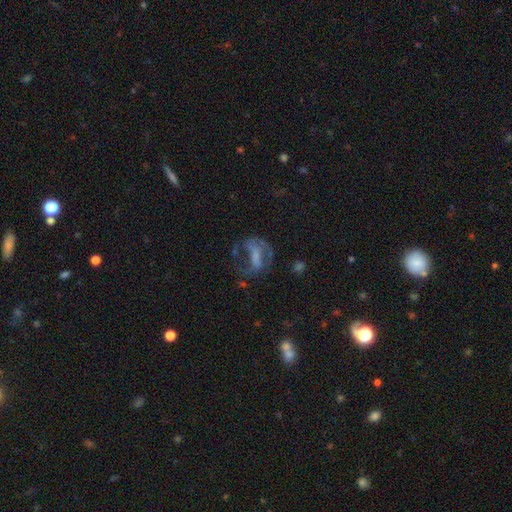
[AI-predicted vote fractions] Smooth or featured? Predicted: featured or disk (p=0.59). Edge-on disk? Predicted: no (p=0.94). Bar? Predicted: strong (p=0.35). Spiral arms? Predicted: yes (p=0.53). Bulge size? Predicted: none (p=0.43). Merging? Predicted: major disturbance (p=0.44).